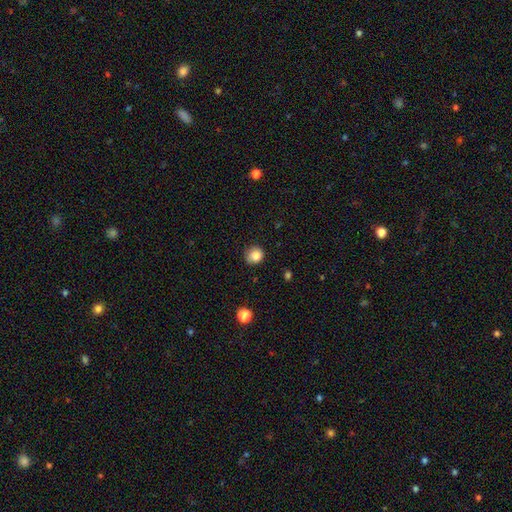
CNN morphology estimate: The model was most divided on "merging": none: 82%, minor disturbance: 14%, major disturbance: 3%, merger: 1%. More confident: how rounded — round (85%); smooth or featured — smooth (84%).